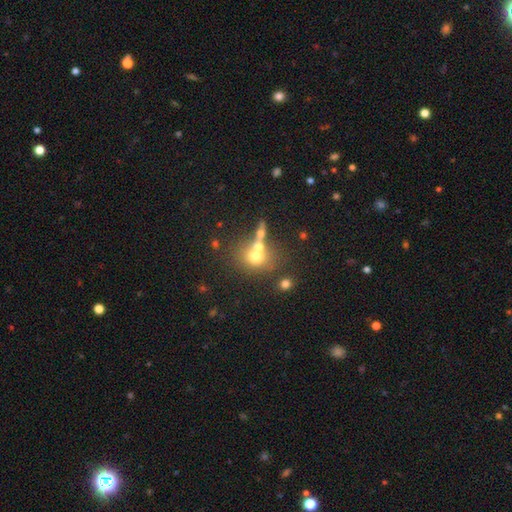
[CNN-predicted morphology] smooth_or_featured: smooth (p=0.64) [alt: featured or disk p=0.22]
how_rounded: round (p=0.69) [alt: in between p=0.29]
merging: merger (p=0.46) [alt: none p=0.38]